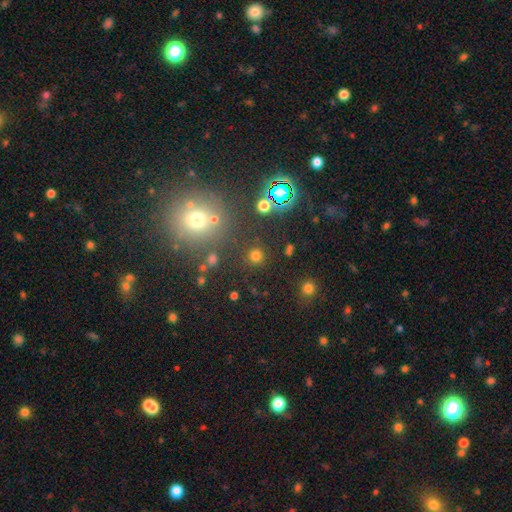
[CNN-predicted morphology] The model was most divided on "smooth or featured": smooth: 73%, star or artifact: 22%, featured or disk: 5%. More confident: how rounded — round (93%); merging — none (87%).